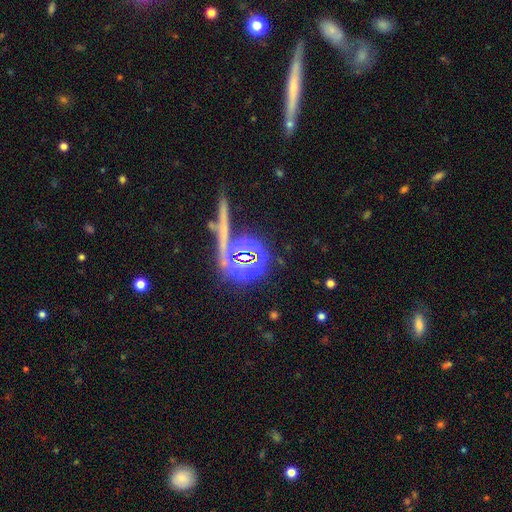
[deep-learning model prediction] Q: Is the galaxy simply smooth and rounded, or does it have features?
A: star or artifact — 64%.